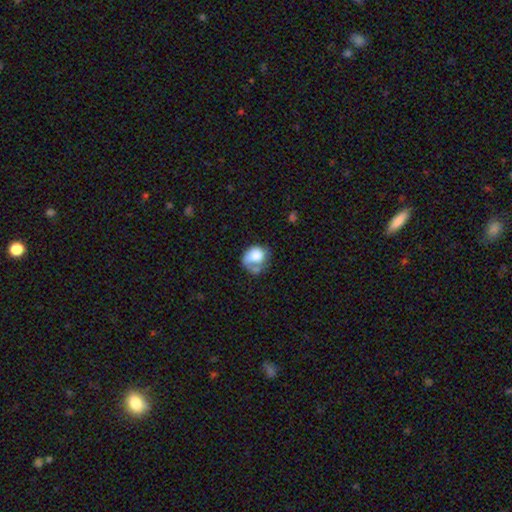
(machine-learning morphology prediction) Smooth or featured?
  - smooth: 60% *
  - featured or disk: 33%
  - star or artifact: 8%
How rounded?
  - round: 60% *
  - in between: 39%
  - cigar-shaped: 1%
Merging?
  - major disturbance: 32% * (tied)
  - none: 32% * (tied)
  - minor disturbance: 24%
  - merger: 12%